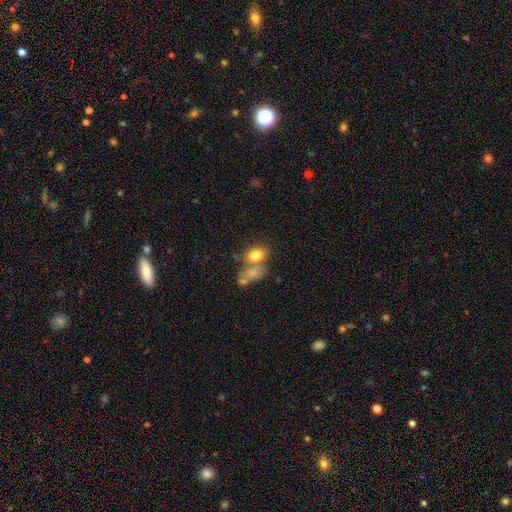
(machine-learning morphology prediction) type=smooth (77%); roundness=in between (63%); merging=none (44%).